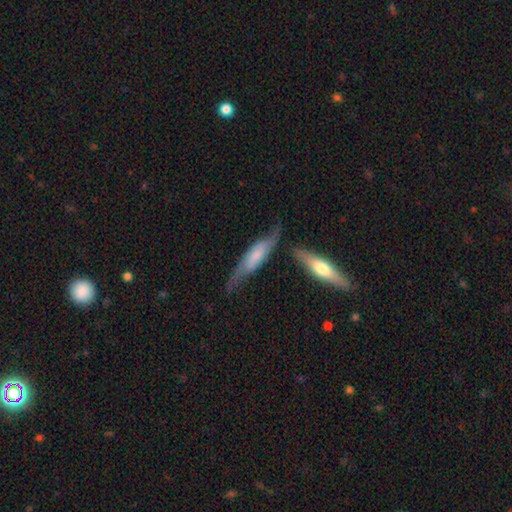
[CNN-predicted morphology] A featured or disk galaxy (59%) viewed edge-on (56%). Merging: none (53%).